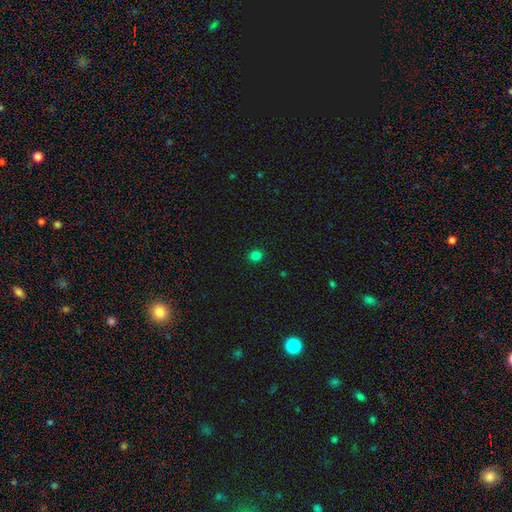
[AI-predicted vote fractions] Smooth or featured? Predicted: smooth (p=0.81). How rounded? Predicted: round (p=0.82). Merging? Predicted: none (p=0.91).